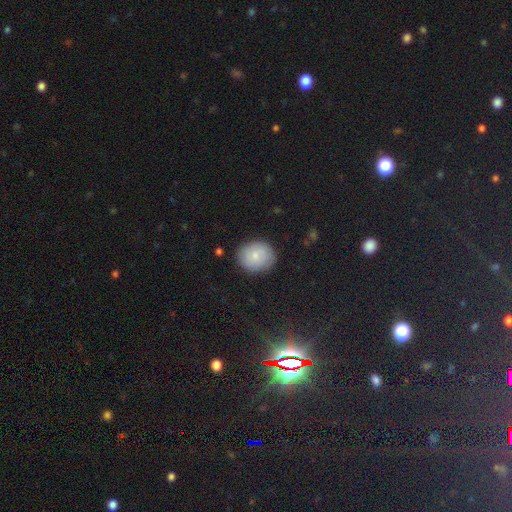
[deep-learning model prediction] Smooth or featured? Predicted: smooth (p=0.75). How rounded? Predicted: round (p=0.69). Merging? Predicted: none (p=0.85).